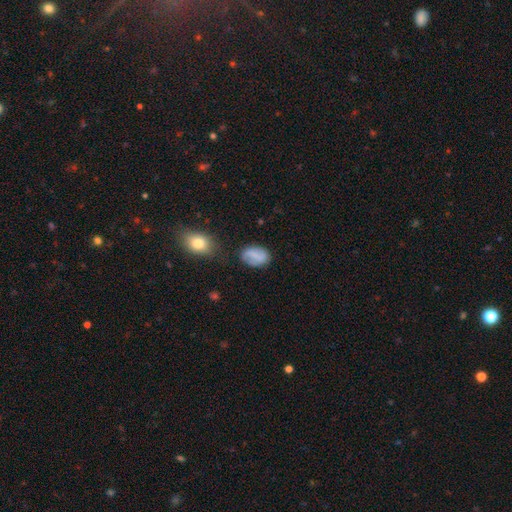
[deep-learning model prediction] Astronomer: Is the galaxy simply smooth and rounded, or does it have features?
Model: smooth — 75%.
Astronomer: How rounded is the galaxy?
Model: in between — 85%.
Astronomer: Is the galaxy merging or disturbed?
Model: none — 66%.